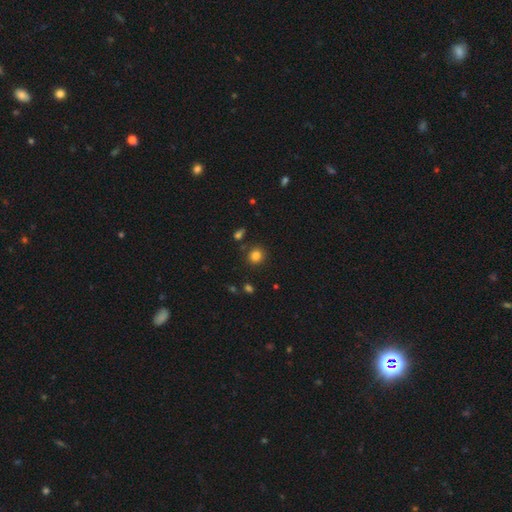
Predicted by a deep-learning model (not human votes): Smooth or featured?
  - smooth: 83% *
  - star or artifact: 12%
  - featured or disk: 5%
How rounded?
  - round: 86% *
  - in between: 13%
  - cigar-shaped: 1%
Merging?
  - none: 85% *
  - minor disturbance: 8%
  - merger: 4%
  - major disturbance: 3%